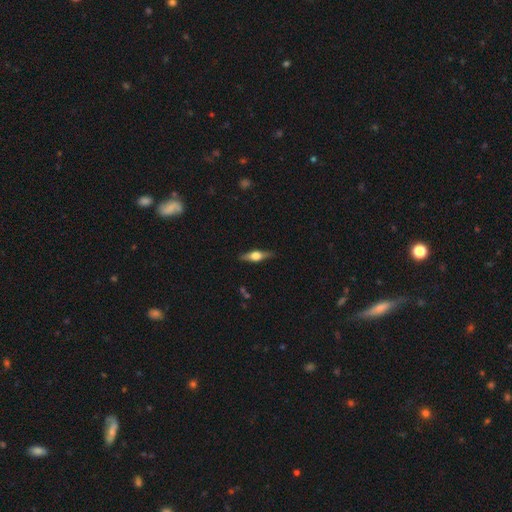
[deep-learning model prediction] smooth-or-featured: featured or disk: 66% | smooth: 28% | star or artifact: 6%
  disk-edge-on: yes: 96% | no: 4%
    edge-on-bulge: rounded: 94% | boxy: 5% | none: 1%
  merging: none: 88% | minor disturbance: 9% | major disturbance: 2% | merger: 1%